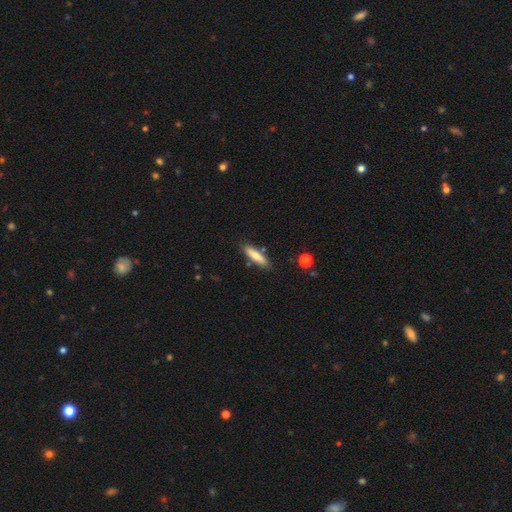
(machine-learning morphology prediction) A smooth galaxy with no disk features (78%) that is cigar-shaped (73%). Merging: none (83%).